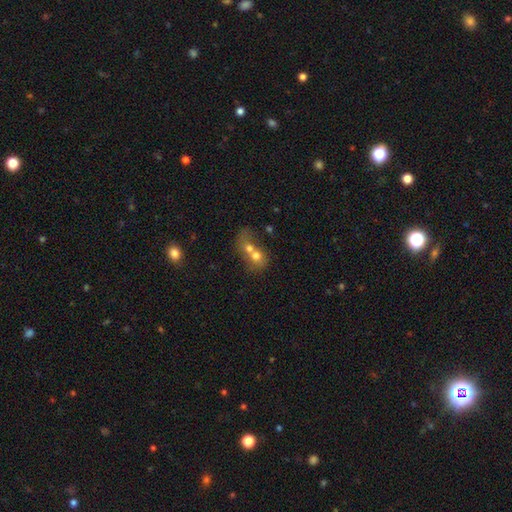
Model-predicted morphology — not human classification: Smooth or featured? smooth (62%)
How rounded? round (56%)
Merging? merger (76%)